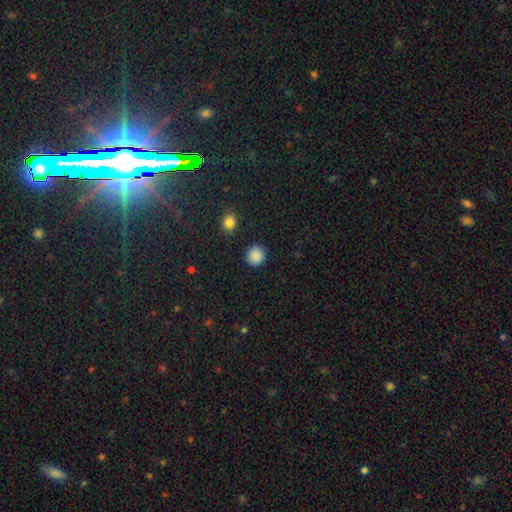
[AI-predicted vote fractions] This appears to be a smooth galaxy with no disk features (88%) that is round (93%). Merging: none (91%).